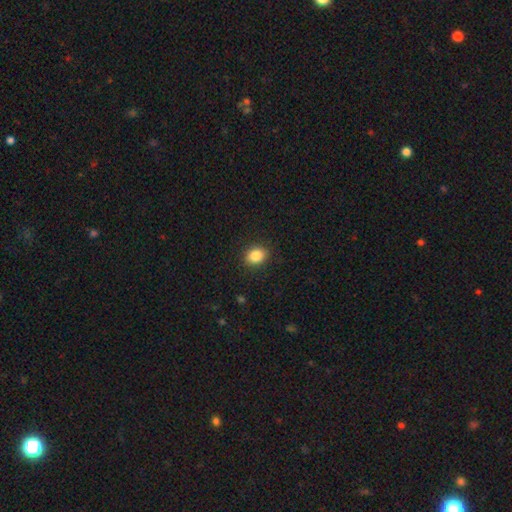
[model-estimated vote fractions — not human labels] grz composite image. It shows a smooth galaxy with no disk features (86%) that is in between round and cigar-shaped (52%). Merging: none (89%).